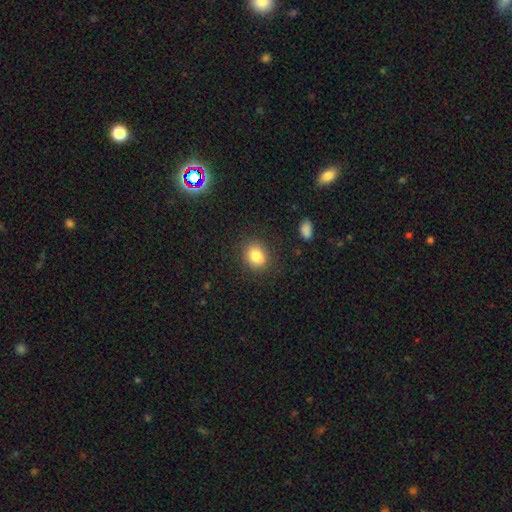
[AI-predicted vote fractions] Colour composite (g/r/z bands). It shows a smooth galaxy with no disk features (81%) that is in between round and cigar-shaped (50%). Merging: none (76%).